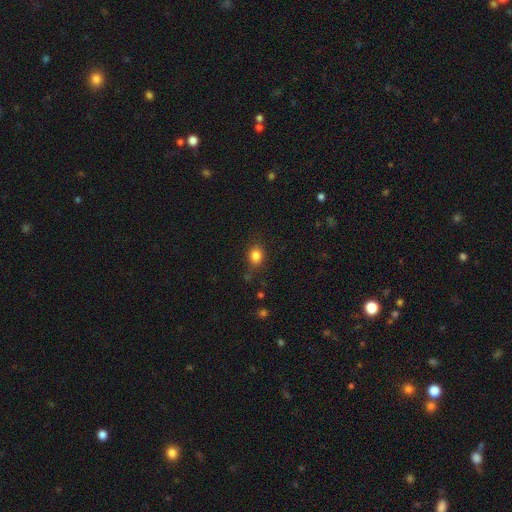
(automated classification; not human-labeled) Smooth or featured? Predicted: smooth (p=0.83). How rounded? Predicted: round (p=0.53). Merging? Predicted: none (p=0.77).